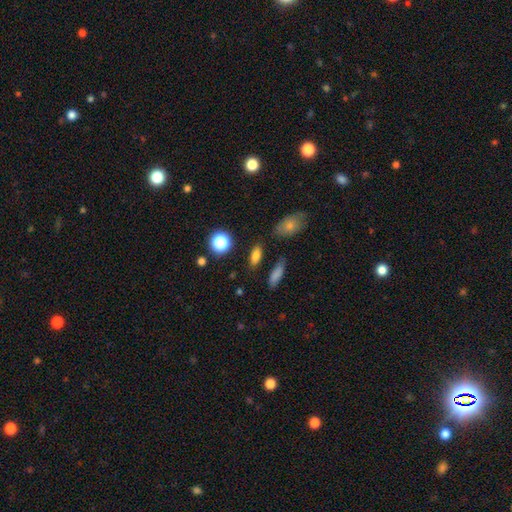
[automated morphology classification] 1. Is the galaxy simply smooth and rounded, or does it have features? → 78% smooth, 14% star or artifact, 8% featured or disk.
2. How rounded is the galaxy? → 64% in between, 22% cigar-shaped, 13% round.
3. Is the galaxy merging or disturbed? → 84% none, 9% minor disturbance, 3% merger, 3% major disturbance.